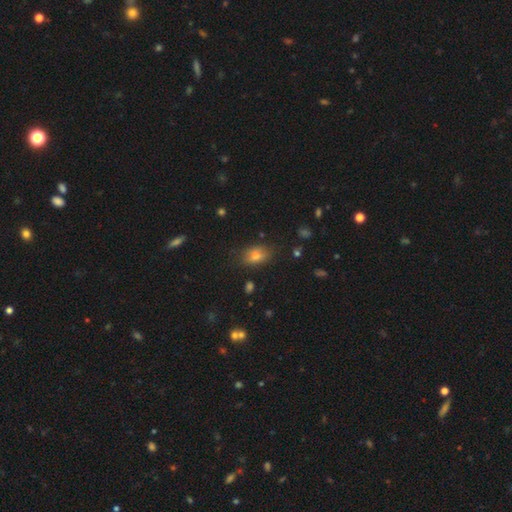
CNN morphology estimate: Q: Smooth or featured?
A: smooth (73%); runner-up: star or artifact (15%)
Q: How rounded?
A: in between (80%); runner-up: round (18%)
Q: Merging?
A: none (81%); runner-up: minor disturbance (14%)